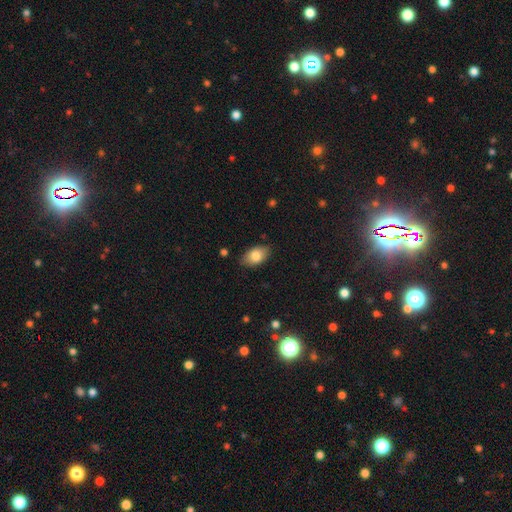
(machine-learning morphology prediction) smooth_or_featured: smooth (p=0.81) [alt: featured or disk p=0.12]
how_rounded: in between (p=0.91) [alt: round p=0.07]
merging: none (p=0.82) [alt: minor disturbance p=0.14]